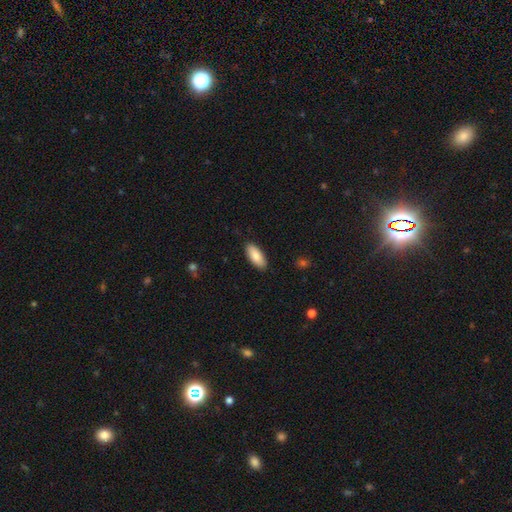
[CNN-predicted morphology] Smooth or featured? Predicted: smooth (p=0.87). How rounded? Predicted: in between (p=0.84). Merging? Predicted: none (p=0.89).